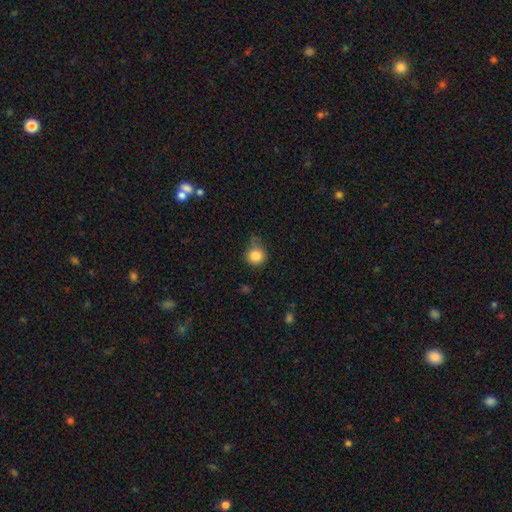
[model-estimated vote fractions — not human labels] This is clearly a smooth galaxy (84%). How rounded: clearly round (90%). Merging: likely none (61%).